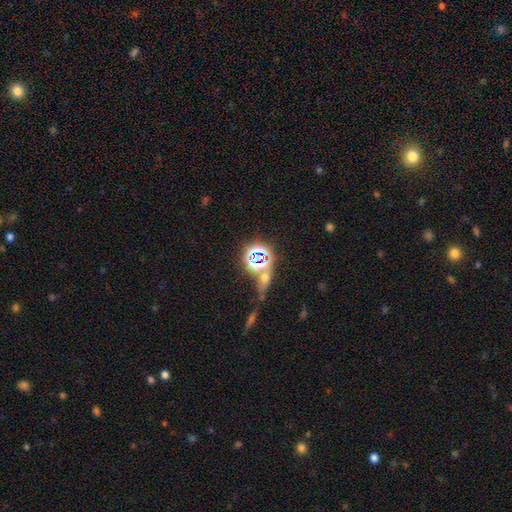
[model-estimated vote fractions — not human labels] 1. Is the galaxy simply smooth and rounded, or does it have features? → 65% star or artifact, 22% smooth, 12% featured or disk.